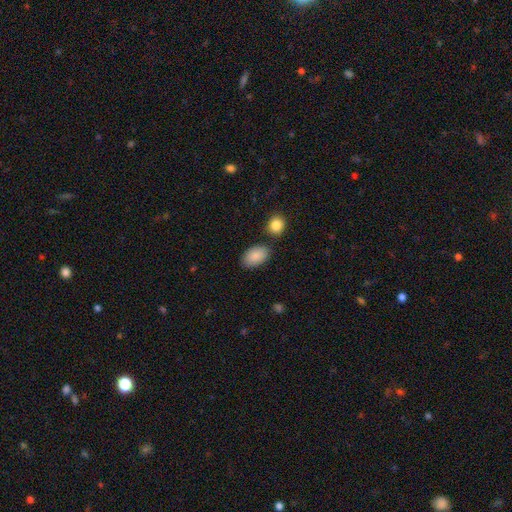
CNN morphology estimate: Smooth or featured: smooth — 88% (star or artifact — 6%)
How rounded: in between — 93% (round — 6%)
Merging: none — 76% (minor disturbance — 13%)